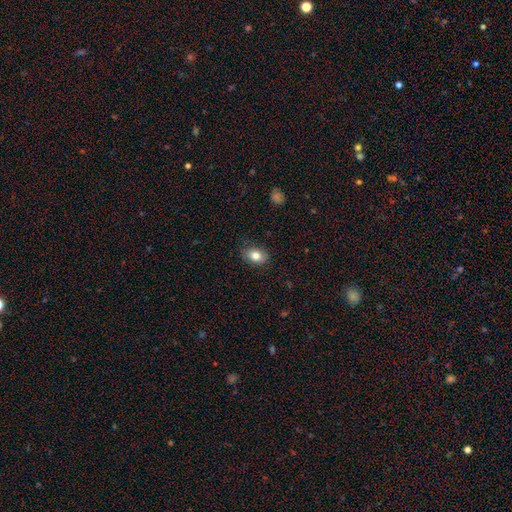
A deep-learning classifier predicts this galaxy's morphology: type=smooth (82%); roundness=in between (79%); merging=none (84%).